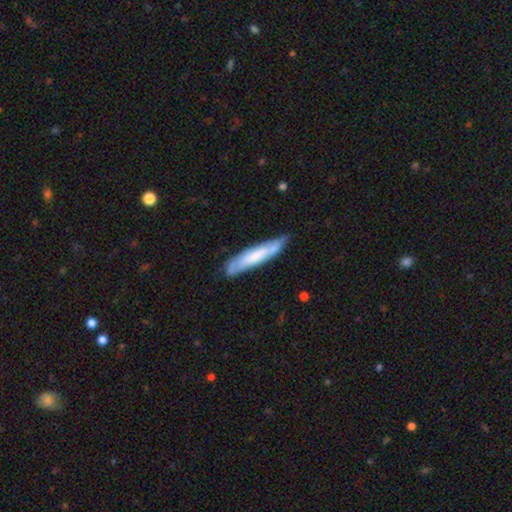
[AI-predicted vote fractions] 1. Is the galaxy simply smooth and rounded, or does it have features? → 56% smooth, 38% featured or disk, 6% star or artifact.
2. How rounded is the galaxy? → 86% cigar-shaped, 13% in between, 1% round.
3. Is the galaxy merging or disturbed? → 69% none, 23% minor disturbance, 4% major disturbance, 3% merger.